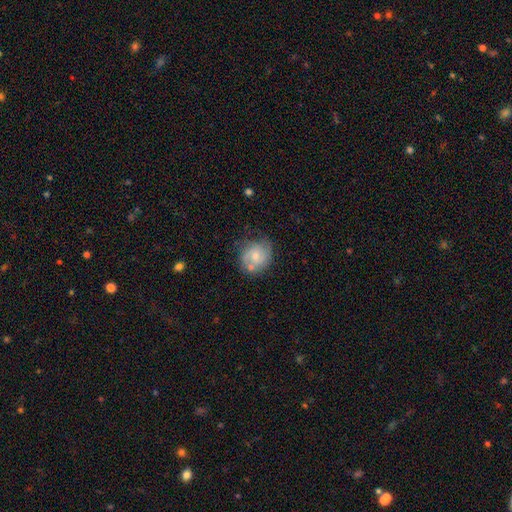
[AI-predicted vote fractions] smooth_or_featured: featured or disk (p=0.56) [alt: smooth p=0.37]
disk_edge_on: no (p=0.98) [alt: yes p=0.02]
bar: no (p=0.64) [alt: weak p=0.31]
has_spiral_arms: yes (p=0.82) [alt: no p=0.18]
bulge_size: small (p=0.53) [alt: moderate p=0.40]
merging: none (p=0.57) [alt: minor disturbance p=0.23]